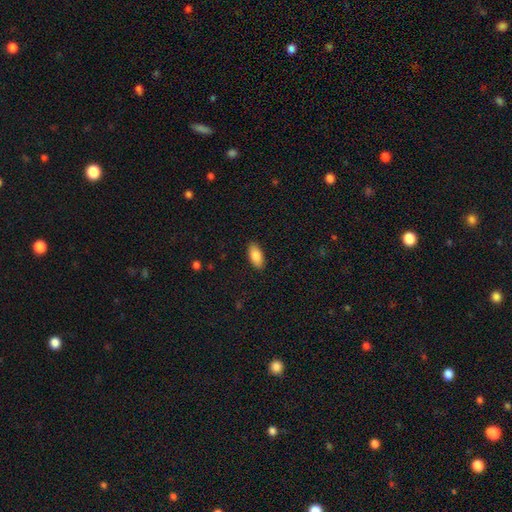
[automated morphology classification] smooth_or_featured: smooth (p=0.85) [alt: featured or disk p=0.09]
how_rounded: in between (p=0.90) [alt: cigar-shaped p=0.08]
merging: none (p=0.89) [alt: minor disturbance p=0.08]